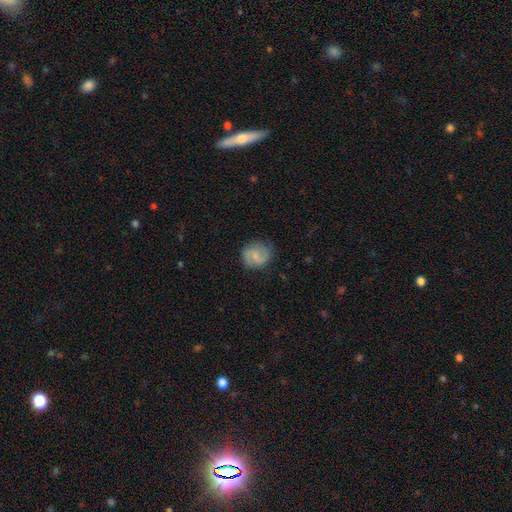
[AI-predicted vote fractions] A featured or disk galaxy (48%). Merging: none (75%).